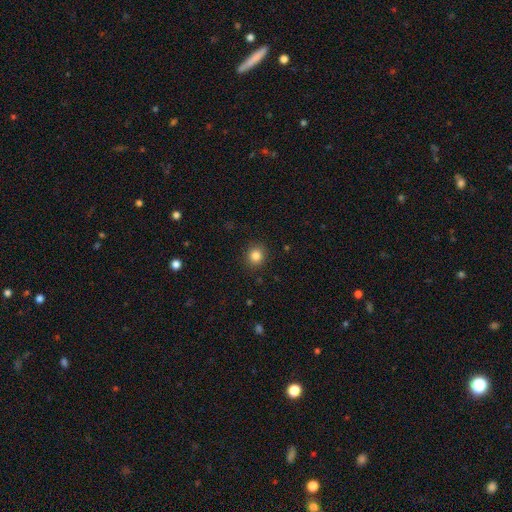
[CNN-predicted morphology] smooth_or_featured: smooth (p=0.84) [alt: star or artifact p=0.11]
how_rounded: round (p=0.86) [alt: in between p=0.13]
merging: none (p=0.90) [alt: minor disturbance p=0.07]